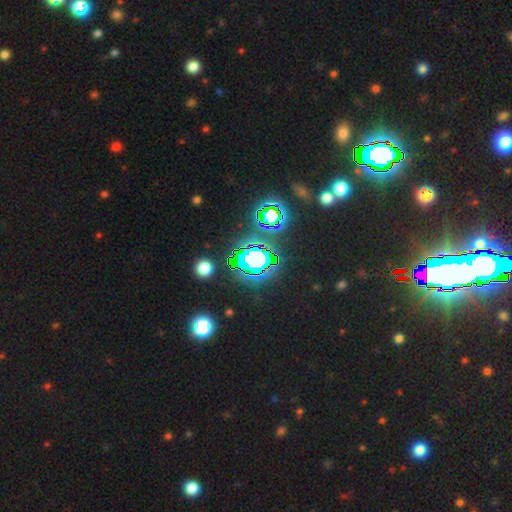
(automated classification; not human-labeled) star or artifact 71%, smooth 17%, featured or disk 12%.